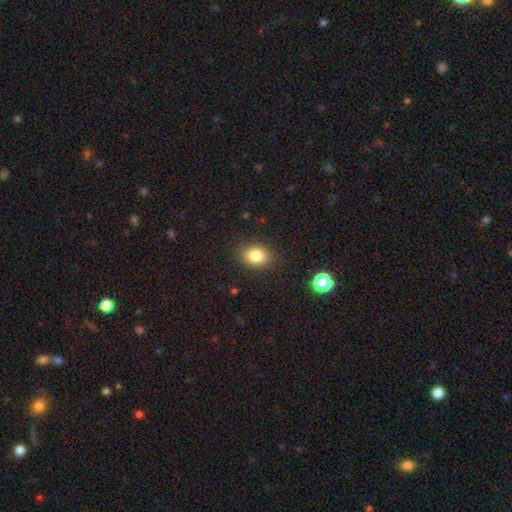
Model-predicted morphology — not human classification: Smooth or featured?
  - smooth: 83% *
  - star or artifact: 11%
  - featured or disk: 6%
How rounded?
  - in between: 52% *
  - round: 47%
  - cigar-shaped: 1%
Merging?
  - none: 86% *
  - minor disturbance: 10%
  - major disturbance: 3%
  - merger: 1%